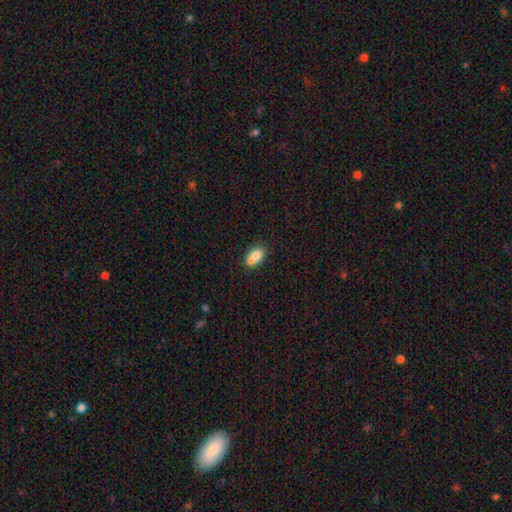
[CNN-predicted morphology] Smooth or featured? Predicted: smooth (p=0.73). How rounded? Predicted: in between (p=0.73). Merging? Predicted: merger (p=0.50).